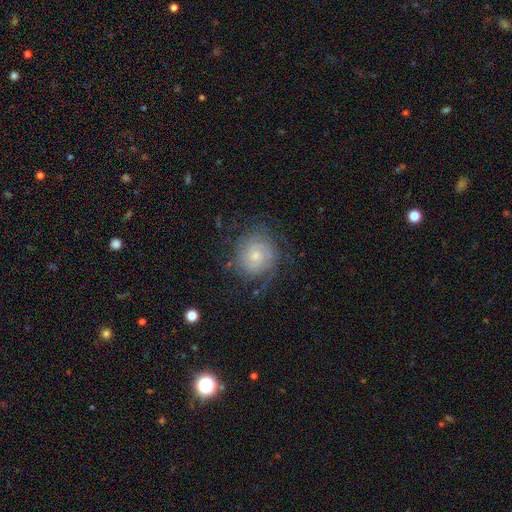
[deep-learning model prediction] Overall: featured or disk (66%). Edge-on disk: no (98%). Bar: no (72%). Spiral arms: yes (88%). Spiral arm count: can't tell (41%; 2 32%). Spiral winding: tight (67%). Bulge size: small (60%; moderate 33%). Merging: none (70%).